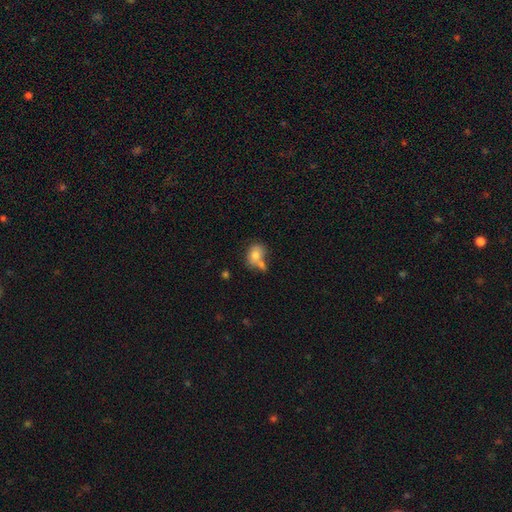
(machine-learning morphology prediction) This is likely a smooth galaxy (76%). How rounded: possibly in between (59%). Merging: marginally merger (39%).